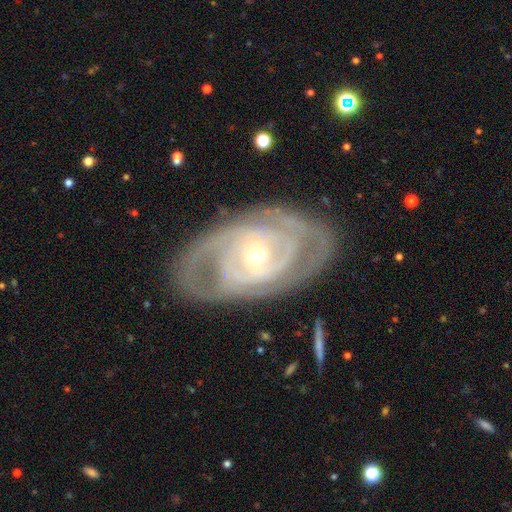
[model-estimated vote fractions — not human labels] This appears to be a featured or disk galaxy (88%) with no bar (64%), 2 (37%) tight (71%) spiral arms (93%) and a small central bulge (63%). Merging: none (79%).